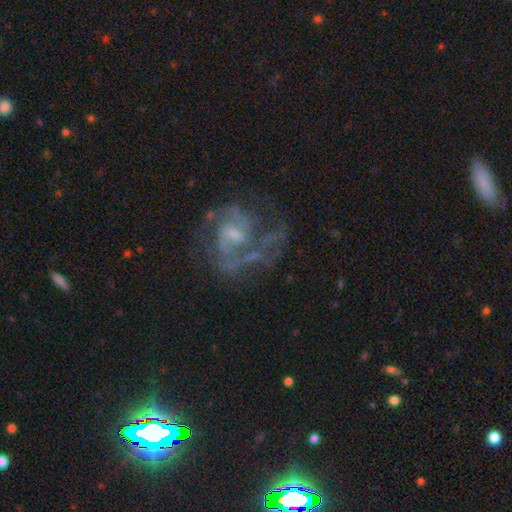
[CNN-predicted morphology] The model was most divided on "bar": no: 45%, weak: 44%, strong: 11%. Remaining: edge-on disk — no (98%); spiral arms — yes (92%); smooth or featured — featured or disk (78%); merging — none (58%); bulge size — small (52%); spiral winding — medium (51%); spiral arm count — 2 (49%).